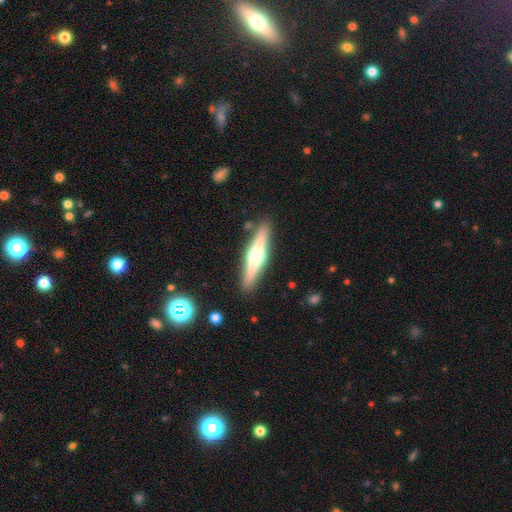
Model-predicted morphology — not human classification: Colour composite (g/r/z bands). It shows a featured or disk galaxy (66%) viewed edge-on (96%) with a rounded central bulge (94%). Merging: none (88%).